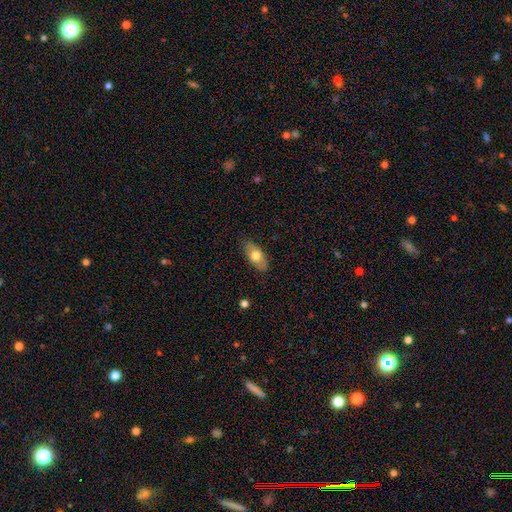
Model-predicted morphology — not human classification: Smooth or featured?
  - smooth: 67% *
  - featured or disk: 27%
  - star or artifact: 6%
How rounded?
  - in between: 88% *
  - cigar-shaped: 8%
  - round: 4%
Merging?
  - none: 84% *
  - minor disturbance: 13%
  - major disturbance: 3%
  - merger: 1%